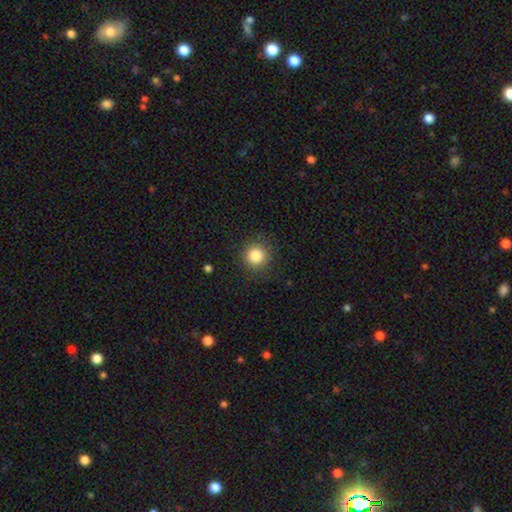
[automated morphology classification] This is clearly a smooth galaxy (84%). How rounded: clearly round (93%). Merging: clearly none (88%).